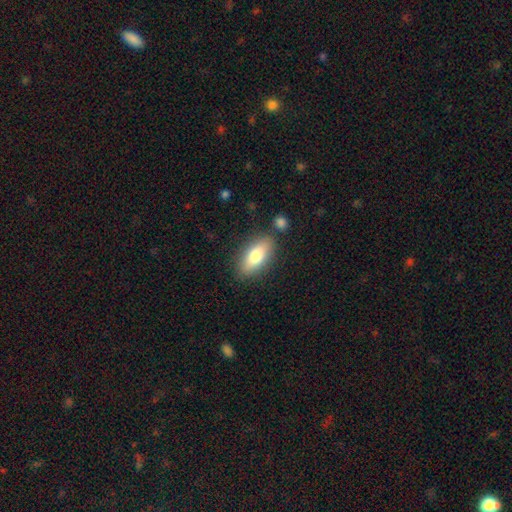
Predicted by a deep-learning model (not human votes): This appears to be a smooth galaxy with no disk features (78%) that is in between round and cigar-shaped (85%). Merging: none (81%).